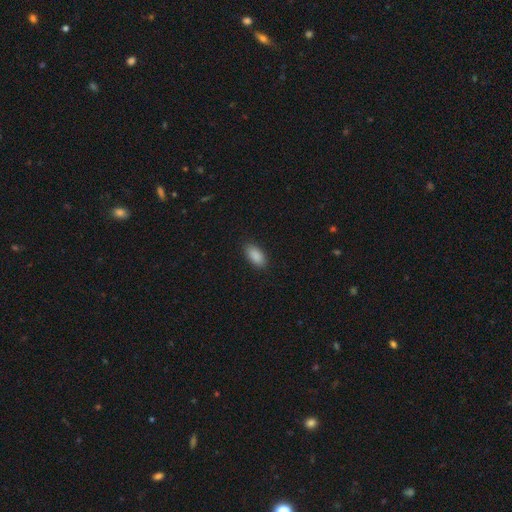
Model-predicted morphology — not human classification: This appears to be a smooth galaxy with no disk features (90%) that is in between round and cigar-shaped (92%). Merging: none (89%).